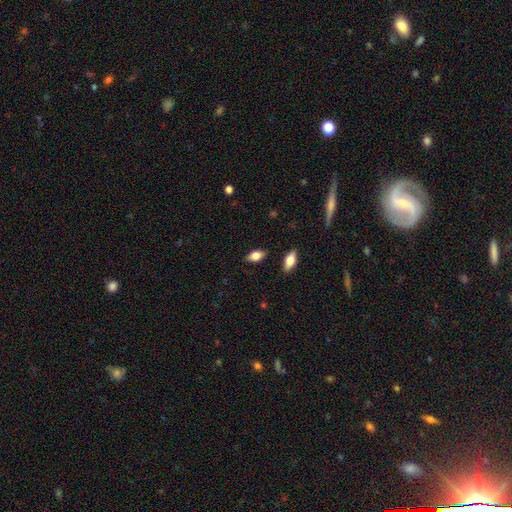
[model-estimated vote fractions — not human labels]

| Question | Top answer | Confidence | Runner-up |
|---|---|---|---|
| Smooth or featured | smooth | 76% | featured or disk (16%) |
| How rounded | in between | 87% | cigar-shaped (7%) |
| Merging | none | 84% | minor disturbance (11%) |